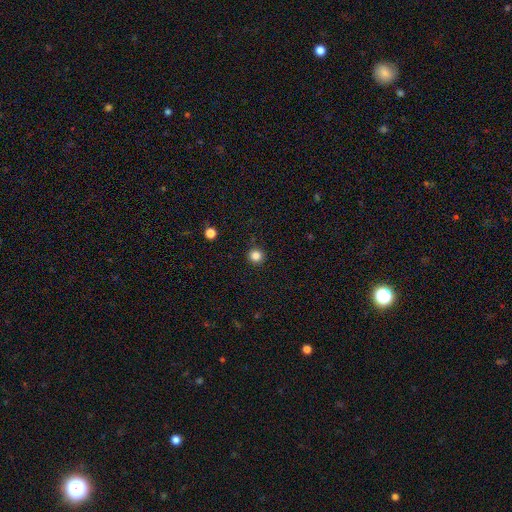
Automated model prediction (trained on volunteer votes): smooth 84%, star or artifact 12%, featured or disk 4%. Down the decision tree: how rounded — round (95%); merging — none (91%).